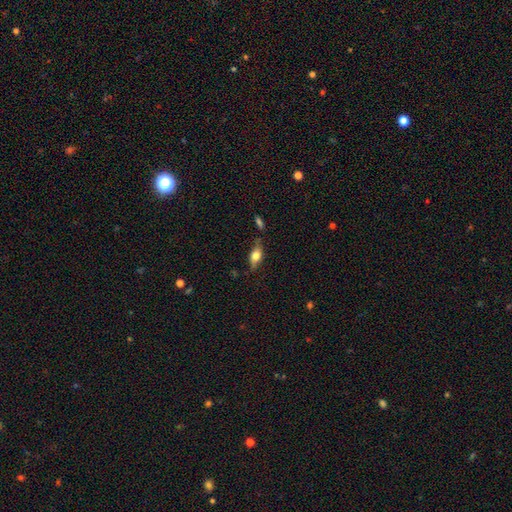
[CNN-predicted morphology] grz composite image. It shows a smooth galaxy with no disk features (60%) that is in between round and cigar-shaped (77%). Merging: none (70%).